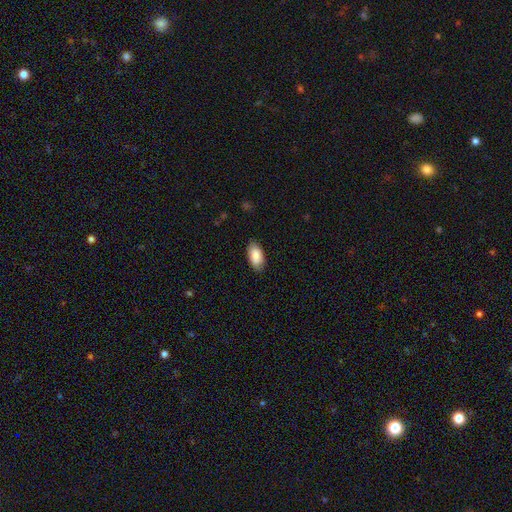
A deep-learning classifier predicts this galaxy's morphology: type=smooth (87%); roundness=in between (94%); merging=none (86%).